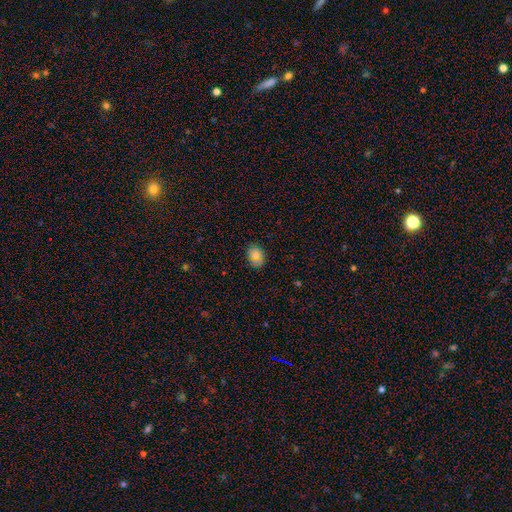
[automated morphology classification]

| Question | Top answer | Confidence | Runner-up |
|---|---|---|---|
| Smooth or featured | smooth | 79% | star or artifact (11%) |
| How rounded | in between | 70% | round (29%) |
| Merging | none | 84% | minor disturbance (13%) |